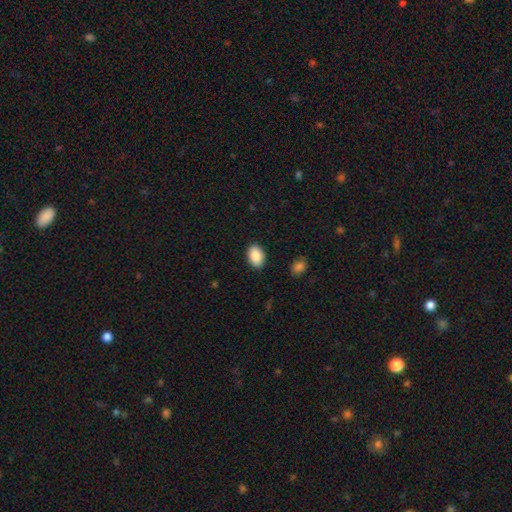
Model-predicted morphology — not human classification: smooth-or-featured: smooth: 90% | star or artifact: 7% | featured or disk: 4%
  how-rounded: in between: 89% | round: 10% | cigar-shaped: 1%
  merging: none: 89% | minor disturbance: 8% | major disturbance: 2% | merger: 1%